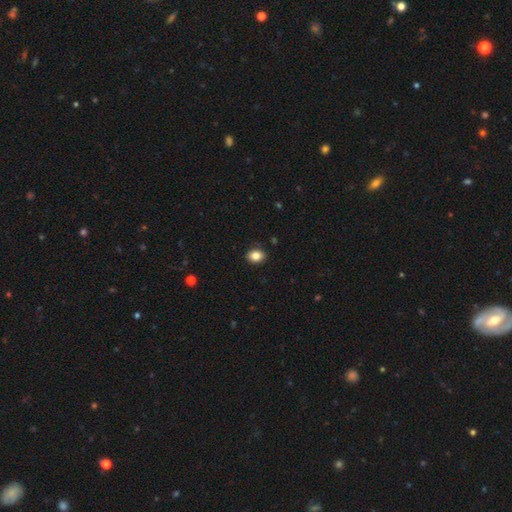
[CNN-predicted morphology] Smooth or featured? smooth (85%)
How rounded? in between (66%)
Merging? none (89%)